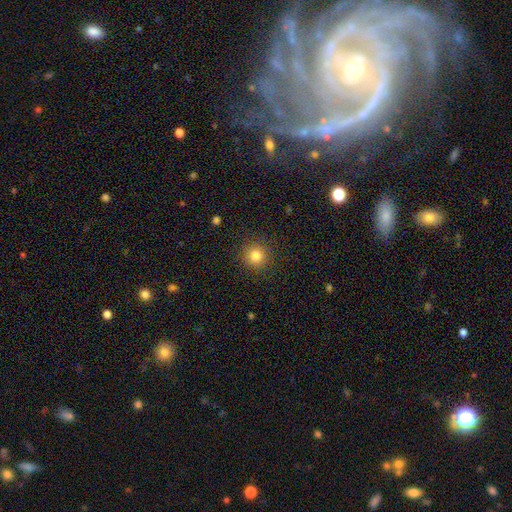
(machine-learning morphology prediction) Smooth or featured? smooth (82%)
How rounded? round (95%)
Merging? none (90%)